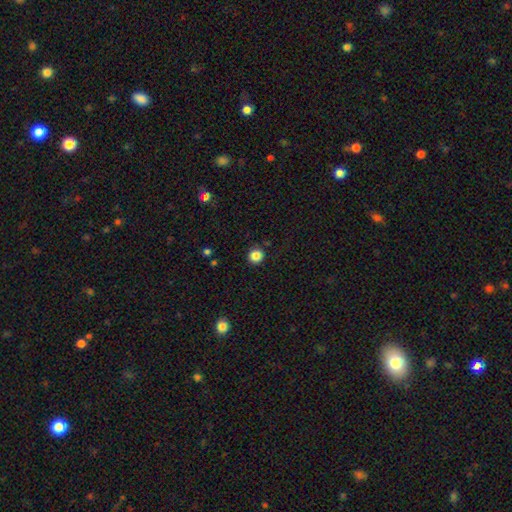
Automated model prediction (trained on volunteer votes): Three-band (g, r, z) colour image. It shows a smooth galaxy with no disk features (86%) that is round (93%). Merging: none (89%).